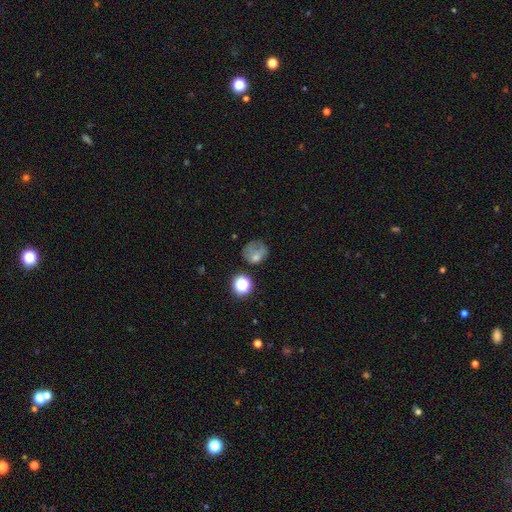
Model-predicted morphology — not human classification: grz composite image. It shows a smooth galaxy with no disk features (62%) that is round (67%). Merging: none (37%).